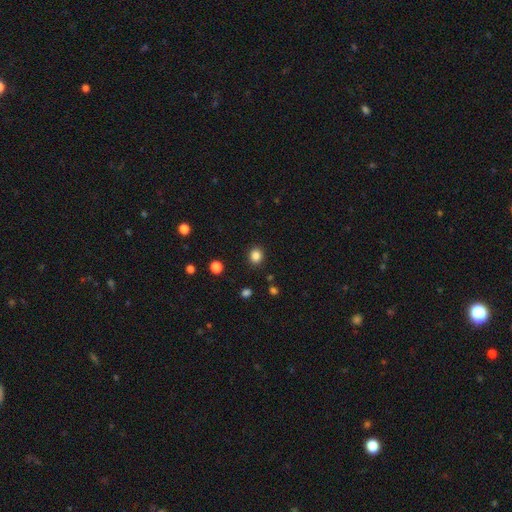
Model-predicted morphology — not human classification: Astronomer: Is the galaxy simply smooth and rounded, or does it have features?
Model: smooth — 85%.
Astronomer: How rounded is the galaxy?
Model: round — 76%.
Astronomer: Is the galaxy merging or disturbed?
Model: none — 89%.